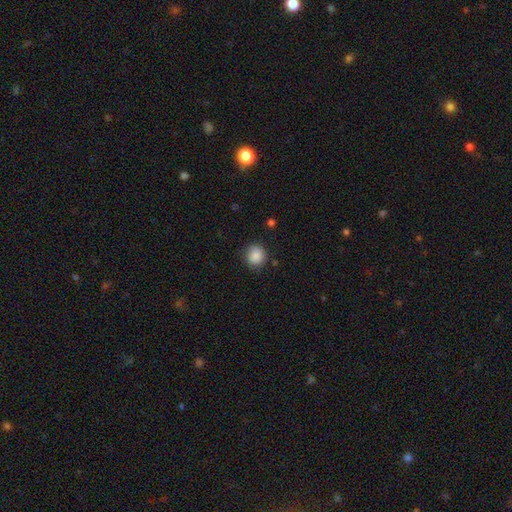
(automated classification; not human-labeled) smooth_or_featured: smooth (p=0.87) [alt: star or artifact p=0.08]
how_rounded: round (p=0.89) [alt: in between p=0.10]
merging: none (p=0.81) [alt: minor disturbance p=0.14]